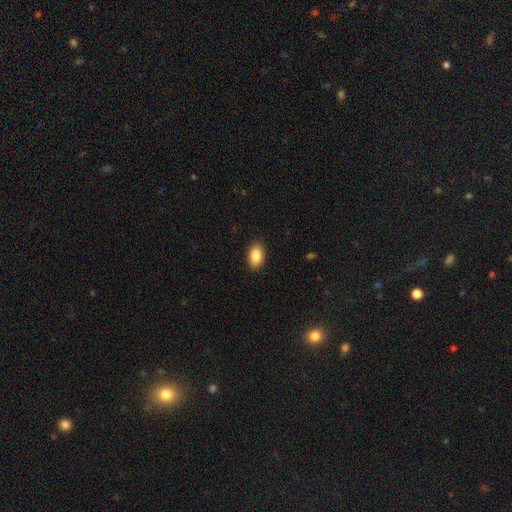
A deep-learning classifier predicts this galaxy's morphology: Smooth or featured? Predicted: smooth (p=0.88). How rounded? Predicted: in between (p=0.93). Merging? Predicted: none (p=0.89).